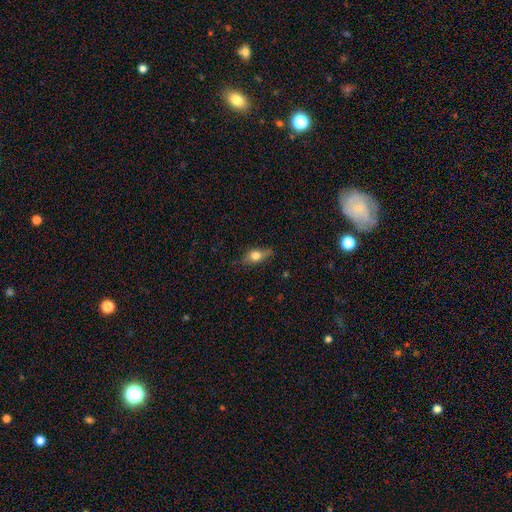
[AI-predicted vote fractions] smooth 64%, featured or disk 27%, star or artifact 9%. Down the decision tree: how rounded — in between (69%); merging — none (67%).